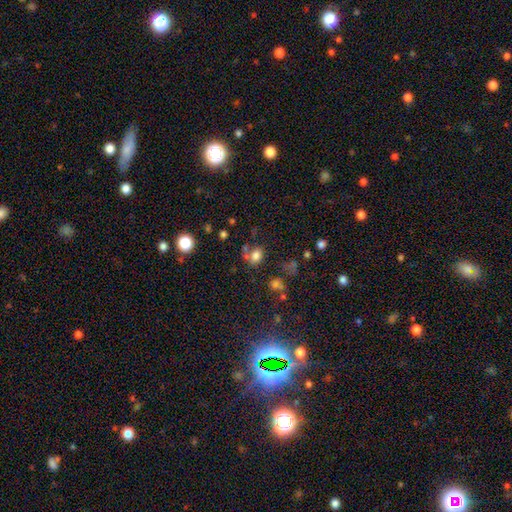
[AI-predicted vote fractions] A smooth galaxy with no disk features (76%) that is in between round and cigar-shaped (57%).

Vote fractions:
- Smooth or featured? smooth: 76% / star or artifact: 14% / featured or disk: 10%
- How rounded? in between: 57% / round: 42% / cigar-shaped: 1%
- Merging? none: 52% / merger: 22% / minor disturbance: 16% / major disturbance: 9%